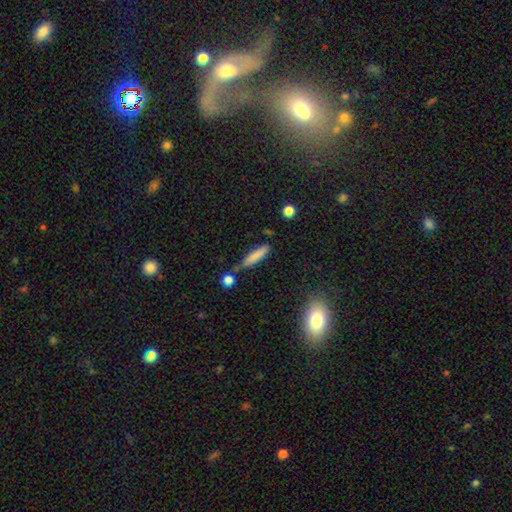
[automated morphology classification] This is clearly a smooth galaxy (80%). How rounded: clearly cigar-shaped (83%). Merging: likely none (77%).